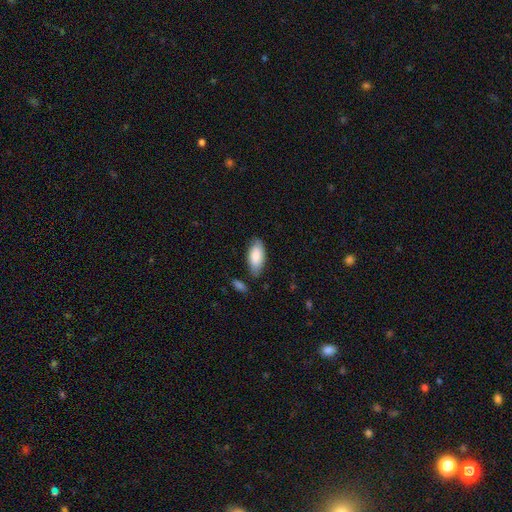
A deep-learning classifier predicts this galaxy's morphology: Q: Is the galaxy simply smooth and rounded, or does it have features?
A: smooth — 83%.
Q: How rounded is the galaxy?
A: in between — 91%.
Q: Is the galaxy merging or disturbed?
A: none — 74%.